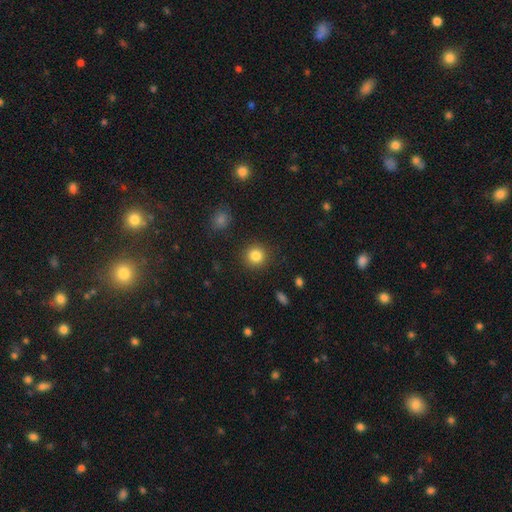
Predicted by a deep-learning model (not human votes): smooth-or-featured: smooth: 84% | star or artifact: 11% | featured or disk: 5%
  how-rounded: round: 92% | in between: 7% | cigar-shaped: 1%
  merging: none: 91% | minor disturbance: 6% | major disturbance: 2% | merger: 1%